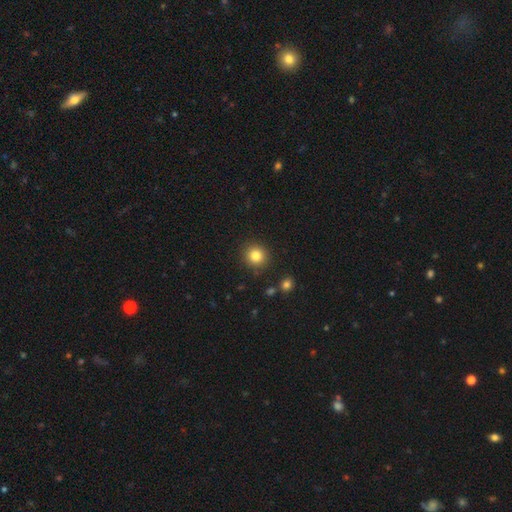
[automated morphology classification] Smooth or featured?
  - smooth: 83% *
  - star or artifact: 11%
  - featured or disk: 6%
How rounded?
  - round: 92% *
  - in between: 7%
  - cigar-shaped: 1%
Merging?
  - none: 90% *
  - minor disturbance: 6%
  - major disturbance: 2%
  - merger: 2%